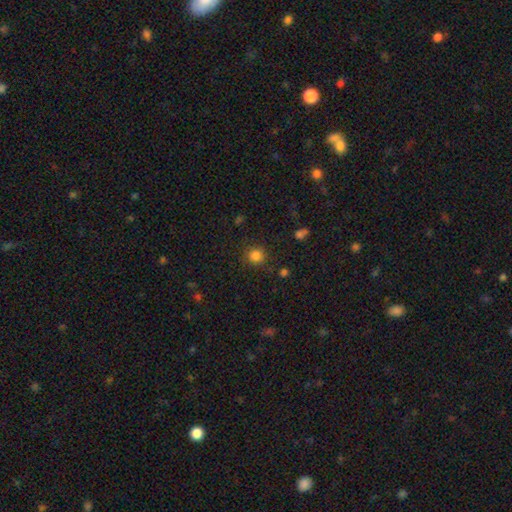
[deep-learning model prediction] smooth 82%, star or artifact 13%, featured or disk 4%. Down the decision tree: how rounded — round (92%); merging — none (86%).